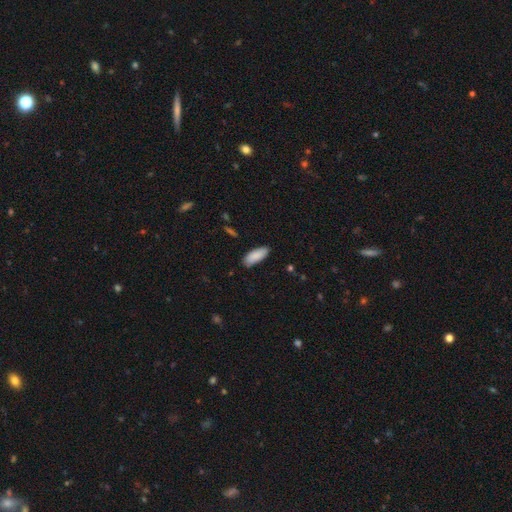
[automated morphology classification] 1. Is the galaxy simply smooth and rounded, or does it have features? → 89% smooth, 6% star or artifact, 5% featured or disk.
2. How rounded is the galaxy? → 80% in between, 18% cigar-shaped, 1% round.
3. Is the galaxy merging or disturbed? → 84% none, 13% minor disturbance, 2% major disturbance, 1% merger.